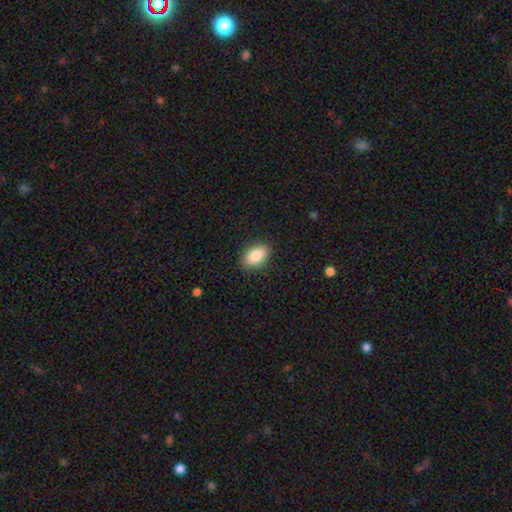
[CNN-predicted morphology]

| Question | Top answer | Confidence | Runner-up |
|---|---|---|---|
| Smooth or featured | smooth | 87% | star or artifact (7%) |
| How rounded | in between | 91% | round (7%) |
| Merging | none | 88% | minor disturbance (9%) |